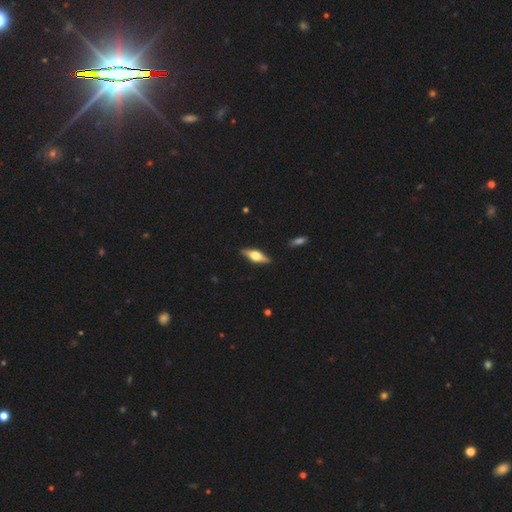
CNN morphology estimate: Q: Smooth or featured?
A: featured or disk (60%); runner-up: smooth (33%)
Q: Edge-on disk?
A: yes (94%); runner-up: no (6%)
Q: Edge-on bulge?
A: rounded (93%); runner-up: boxy (6%)
Q: Merging?
A: none (88%); runner-up: minor disturbance (9%)